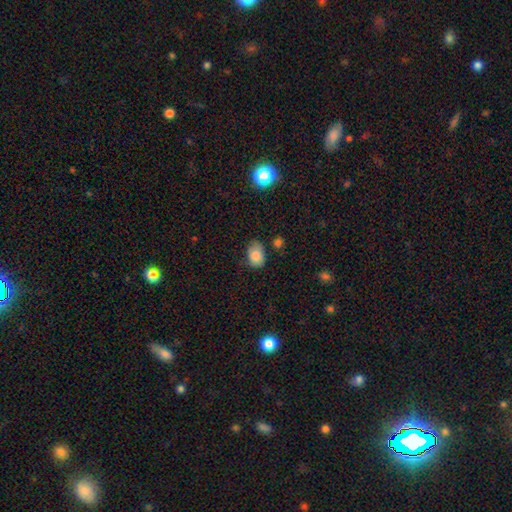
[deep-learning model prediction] Q: Smooth or featured?
A: smooth (84%); runner-up: star or artifact (9%)
Q: How rounded?
A: in between (81%); runner-up: round (18%)
Q: Merging?
A: none (61%); runner-up: minor disturbance (29%)